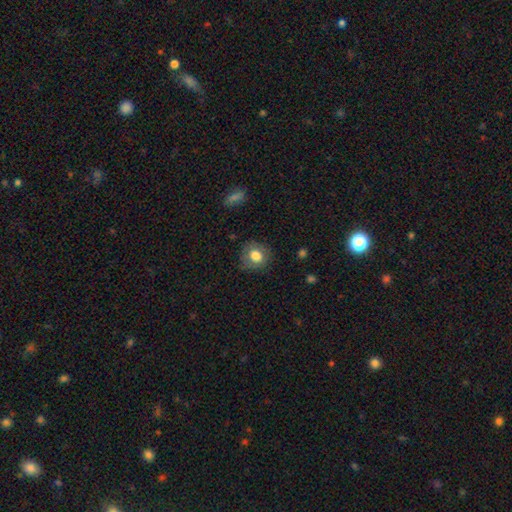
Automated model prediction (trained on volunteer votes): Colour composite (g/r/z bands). It shows a smooth galaxy with no disk features (79%) that is round (76%). Merging: none (79%).